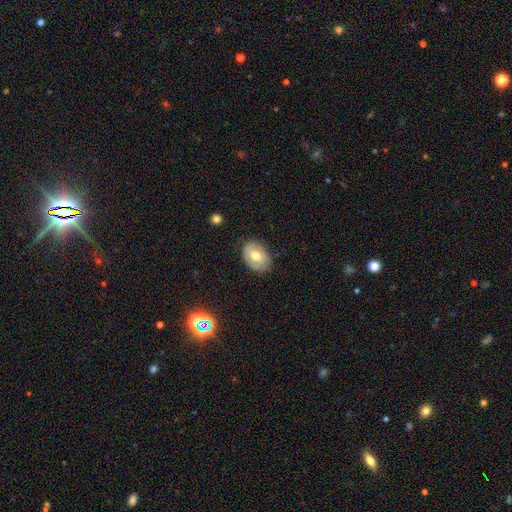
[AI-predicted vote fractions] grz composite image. It shows a smooth galaxy with no disk features (58%) that is in between round and cigar-shaped (79%). Merging: none (77%).